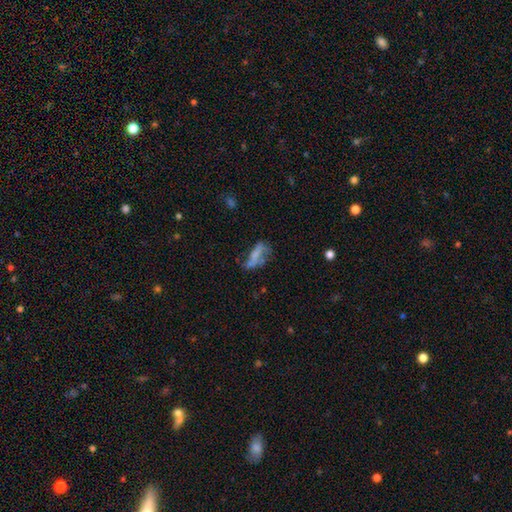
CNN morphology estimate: The model was most divided on "merging": none: 33%, major disturbance: 30%, minor disturbance: 24%, merger: 13%. Remaining: smooth or featured — smooth (49%).